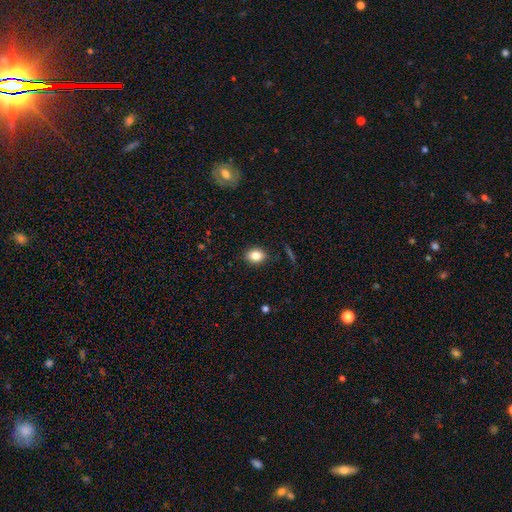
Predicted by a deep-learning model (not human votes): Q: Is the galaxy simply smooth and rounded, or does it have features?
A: smooth — 84%.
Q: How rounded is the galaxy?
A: in between — 58%.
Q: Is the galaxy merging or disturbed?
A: none — 88%.